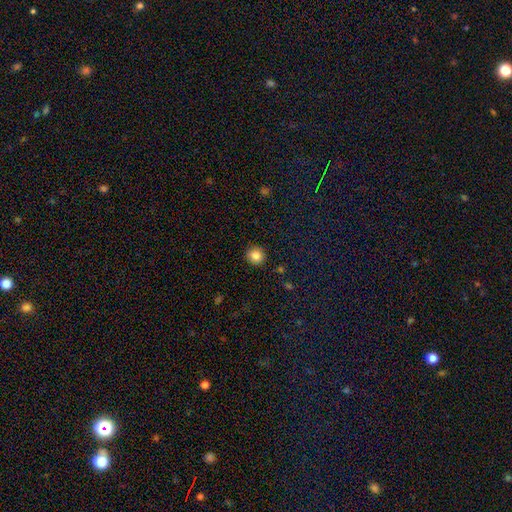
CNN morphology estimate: This is clearly a smooth galaxy (85%). How rounded: clearly round (90%). Merging: clearly none (91%).